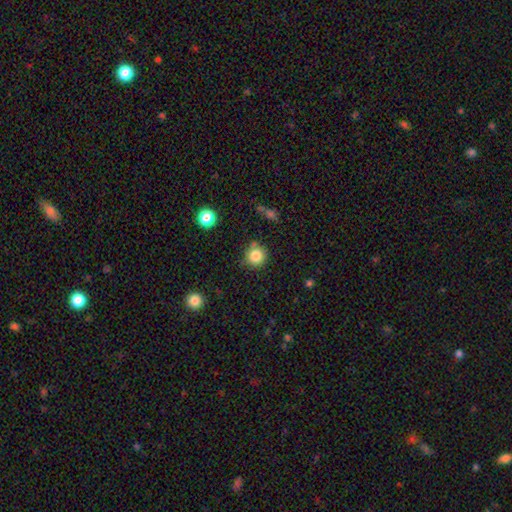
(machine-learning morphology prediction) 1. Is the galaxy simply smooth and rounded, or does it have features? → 84% smooth, 11% star or artifact, 5% featured or disk.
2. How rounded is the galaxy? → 93% round, 6% in between, 1% cigar-shaped.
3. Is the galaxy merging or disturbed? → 78% none, 13% minor disturbance, 6% merger, 3% major disturbance.